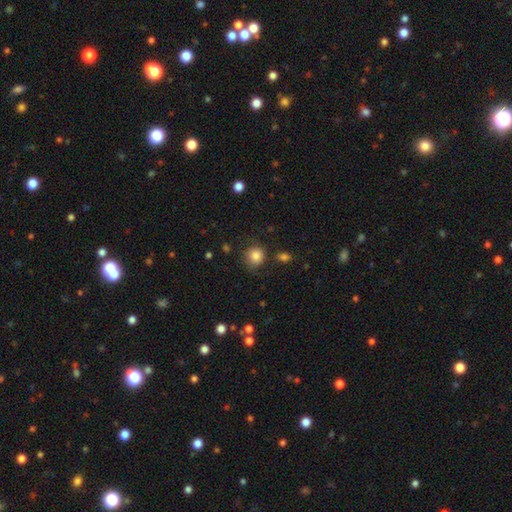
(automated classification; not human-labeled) smooth-or-featured: smooth: 85% | star or artifact: 10% | featured or disk: 5%
  how-rounded: round: 86% | in between: 13% | cigar-shaped: 1%
  merging: none: 76% | minor disturbance: 16% | major disturbance: 5% | merger: 3%